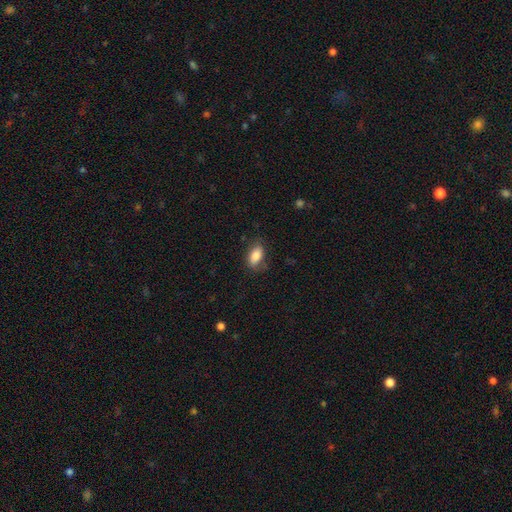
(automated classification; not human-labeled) Smooth or featured? smooth (84%)
How rounded? in between (90%)
Merging? none (74%)